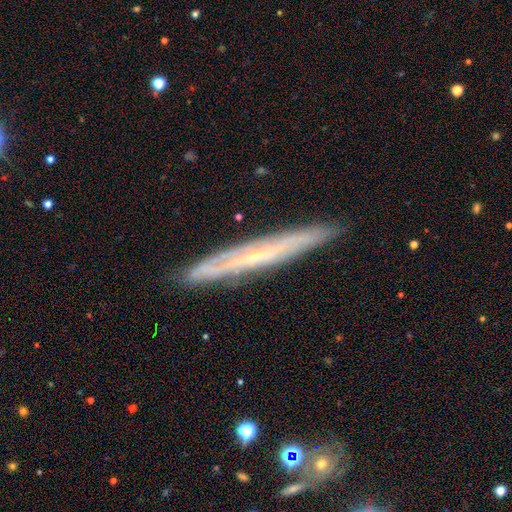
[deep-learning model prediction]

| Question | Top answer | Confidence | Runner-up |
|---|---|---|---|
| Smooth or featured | featured or disk | 67% | smooth (25%) |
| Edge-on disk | yes | 84% | no (16%) |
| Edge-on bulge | none | 60% | rounded (37%) |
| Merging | none | 88% | minor disturbance (10%) |